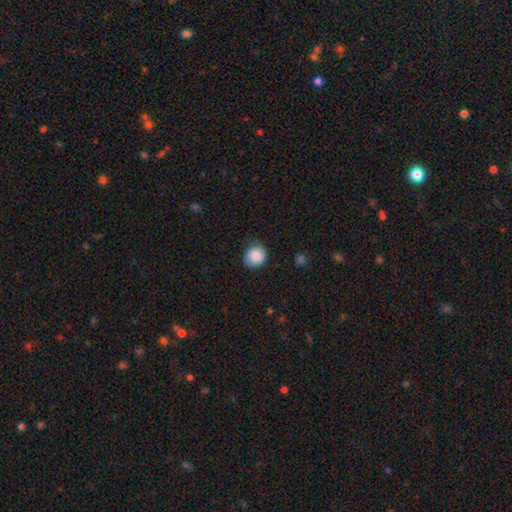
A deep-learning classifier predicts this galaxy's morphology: A smooth galaxy with no disk features (86%) that is round (81%). Merging: none (70%).